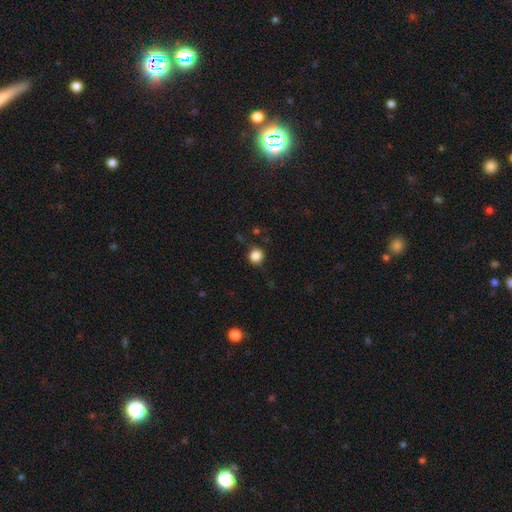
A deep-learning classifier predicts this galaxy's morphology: This appears to be a smooth galaxy with no disk features (86%) that is round (91%). Merging: none (85%).